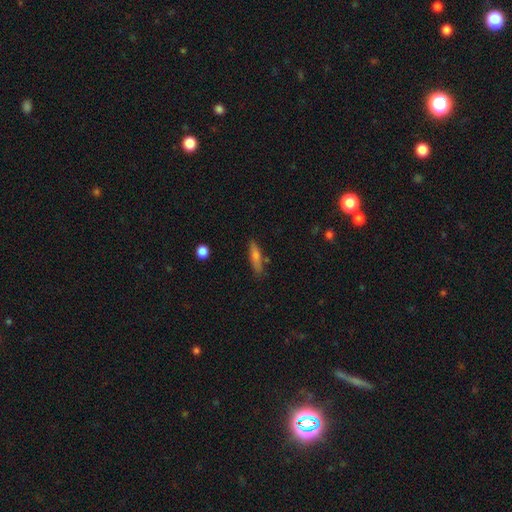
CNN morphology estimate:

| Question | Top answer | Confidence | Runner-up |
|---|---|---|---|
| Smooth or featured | smooth | 63% | featured or disk (28%) |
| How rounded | cigar-shaped | 81% | in between (17%) |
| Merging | none | 79% | minor disturbance (15%) |